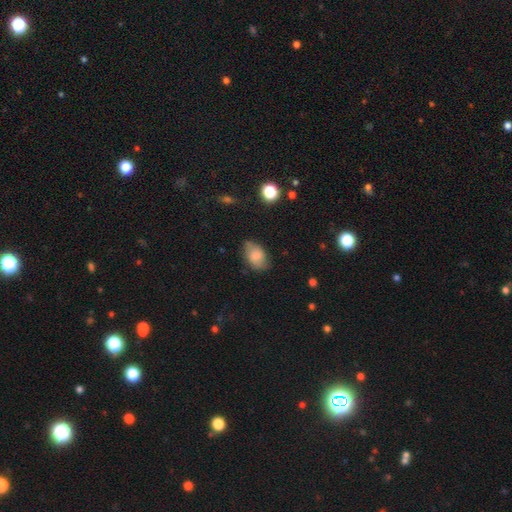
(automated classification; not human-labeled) Smooth or featured? smooth (70%)
How rounded? in between (87%)
Merging? none (70%)